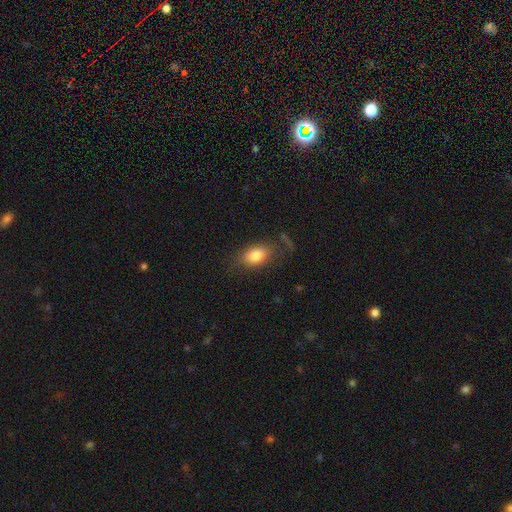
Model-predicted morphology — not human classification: smooth_or_featured: smooth (p=0.82) [alt: featured or disk p=0.10]
how_rounded: in between (p=0.86) [alt: round p=0.11]
merging: none (p=0.70) [alt: minor disturbance p=0.17]